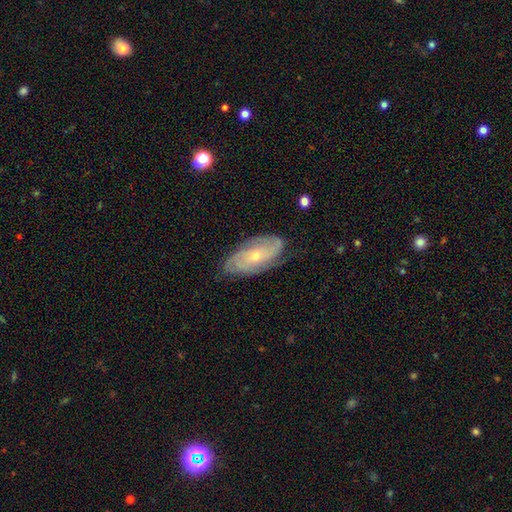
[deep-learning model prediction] smooth-or-featured: featured or disk: 78% | smooth: 16% | star or artifact: 6%
  disk-edge-on: no: 93% | yes: 7%
    bar: no: 73% | weak: 22% | strong: 5%
    has-spiral-arms: yes: 93% | no: 7%
      spiral-winding: tight: 57% | medium: 33% | loose: 11%
      spiral-arm-count: can't tell: 34% | 2: 26% | 3: 21% | 4: 11% | more than 4: 5% | 1: 5%
    bulge-size: small: 71% | moderate: 25% | none: 1% | large: 1% | dominant: 1%
  merging: none: 77% | minor disturbance: 18% | major disturbance: 4% | merger: 1%